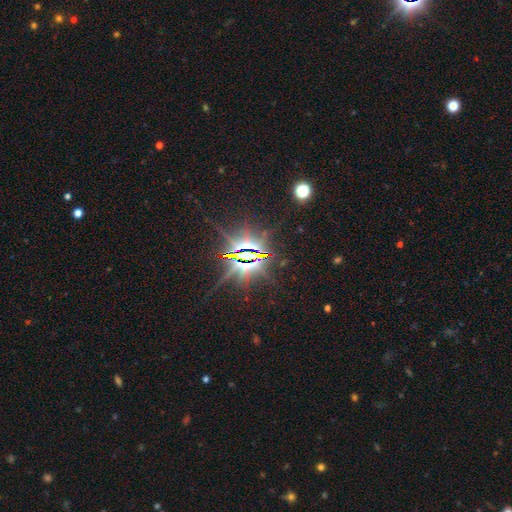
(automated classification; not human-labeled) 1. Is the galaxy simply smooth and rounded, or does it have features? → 87% star or artifact, 7% smooth, 6% featured or disk.